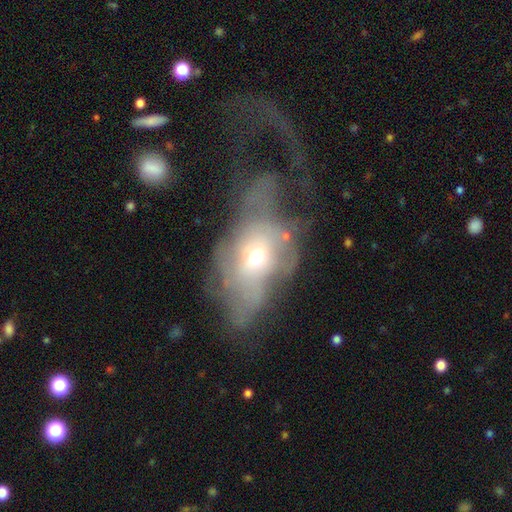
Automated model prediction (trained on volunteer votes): smooth_or_featured: featured or disk (p=0.49) [alt: smooth p=0.38]
merging: major disturbance (p=0.61) [alt: none p=0.16]